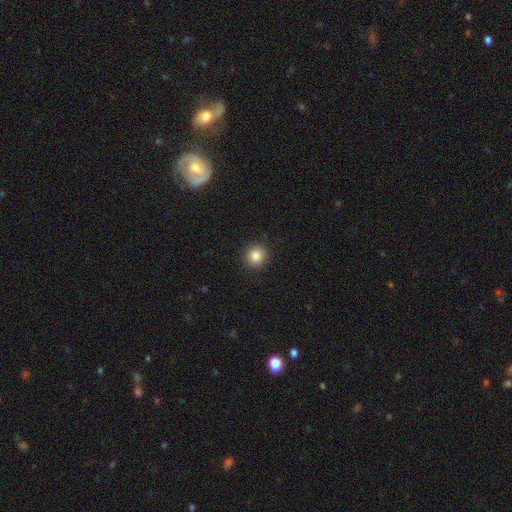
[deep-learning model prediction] This is clearly a smooth galaxy (85%). How rounded: clearly round (90%). Merging: clearly none (91%).